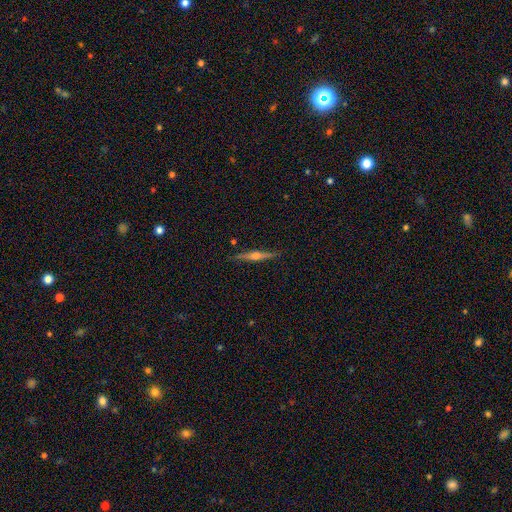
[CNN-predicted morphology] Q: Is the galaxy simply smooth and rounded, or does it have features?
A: featured or disk — 76%.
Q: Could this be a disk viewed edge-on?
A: yes — 98%.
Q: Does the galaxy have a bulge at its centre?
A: rounded — 92%.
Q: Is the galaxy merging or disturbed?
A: none — 89%.